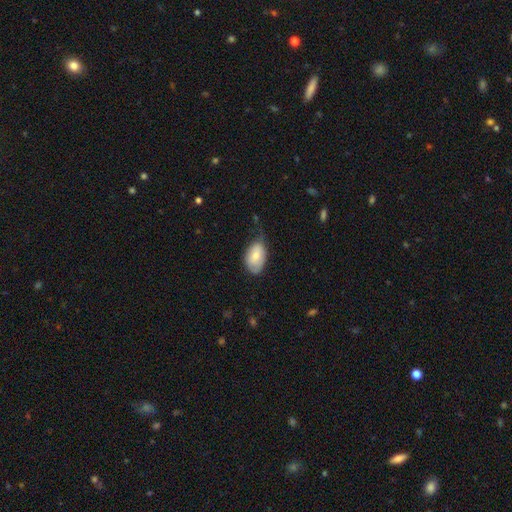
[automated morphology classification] Overall: smooth (74%). How rounded: in between (91%). Merging: minor disturbance (43%; none 41%).